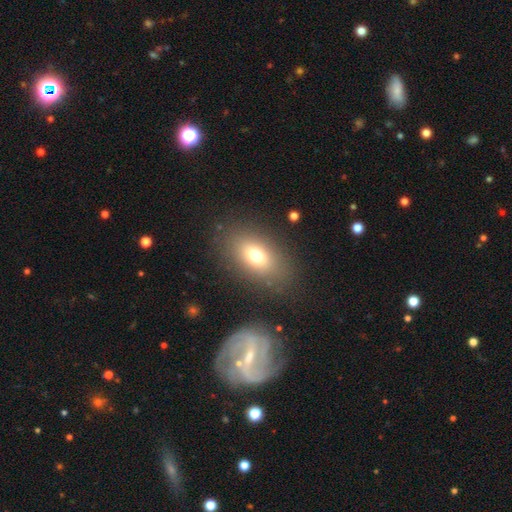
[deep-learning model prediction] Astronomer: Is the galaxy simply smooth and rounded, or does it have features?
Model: smooth — 71%.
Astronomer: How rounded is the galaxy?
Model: in between — 81%.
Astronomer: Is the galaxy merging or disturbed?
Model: none — 82%.